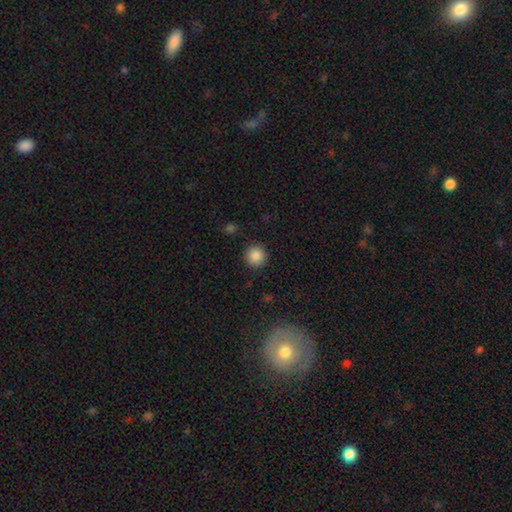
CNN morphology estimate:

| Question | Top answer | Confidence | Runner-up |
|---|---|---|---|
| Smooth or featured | smooth | 87% | star or artifact (9%) |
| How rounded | round | 95% | in between (4%) |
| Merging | none | 91% | minor disturbance (6%) |